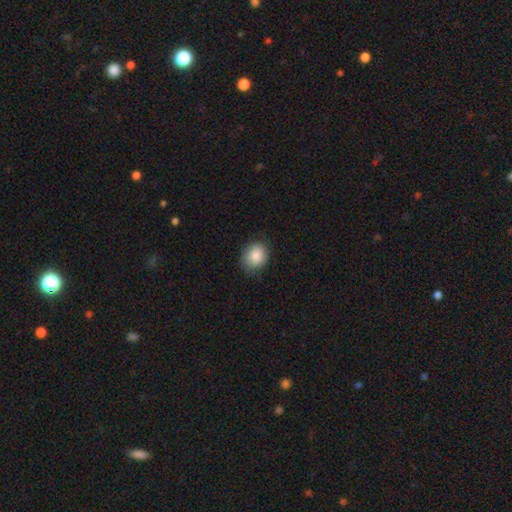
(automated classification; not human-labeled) smooth-or-featured: smooth: 87% | star or artifact: 7% | featured or disk: 5%
  how-rounded: round: 60% | in between: 39% | cigar-shaped: 1%
  merging: none: 80% | minor disturbance: 16% | major disturbance: 3% | merger: 1%